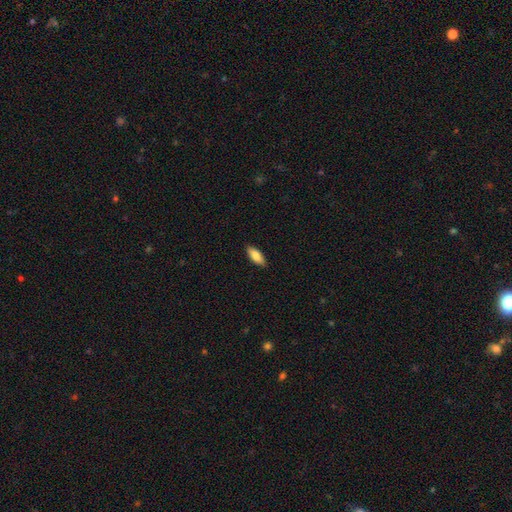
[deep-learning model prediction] smooth 84%, featured or disk 10%, star or artifact 6%. Down the decision tree: how rounded — in between (78%); merging — none (89%).